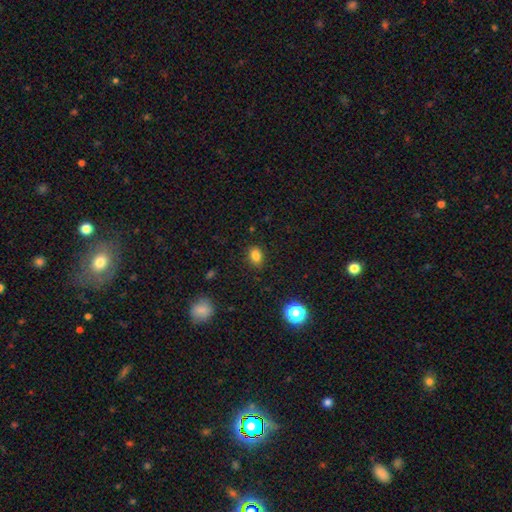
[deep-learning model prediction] Overall: smooth (83%). How rounded: in between (72%). Merging: none (85%).